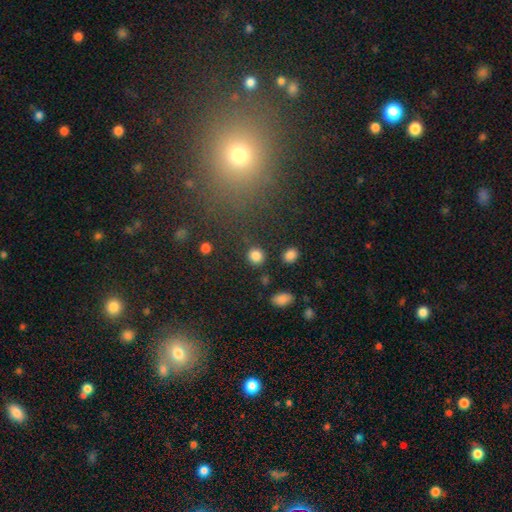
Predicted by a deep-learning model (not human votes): Smooth or featured? Predicted: smooth (p=0.84). How rounded? Predicted: round (p=0.89). Merging? Predicted: none (p=0.85).